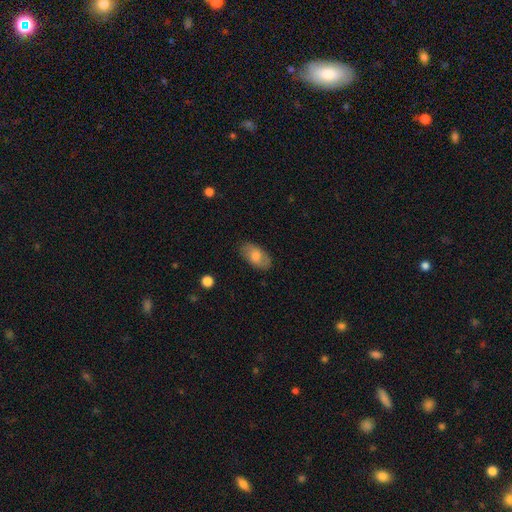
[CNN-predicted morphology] Smooth or featured: smooth — 69% (featured or disk — 23%)
How rounded: in between — 93% (round — 4%)
Merging: none — 83% (minor disturbance — 13%)